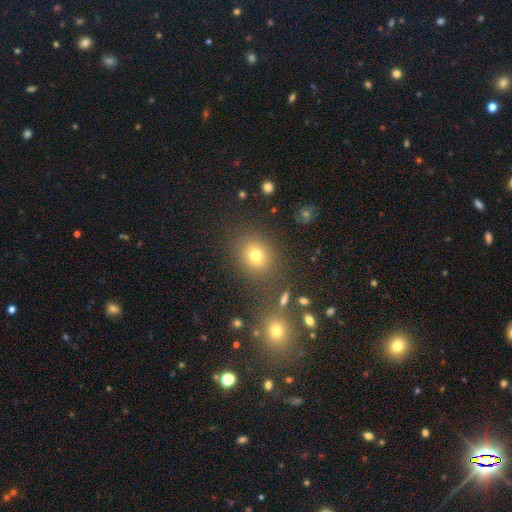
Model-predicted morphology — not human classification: smooth 73%, star or artifact 18%, featured or disk 9%. Down the decision tree: how rounded — round (71%); merging — none (81%).